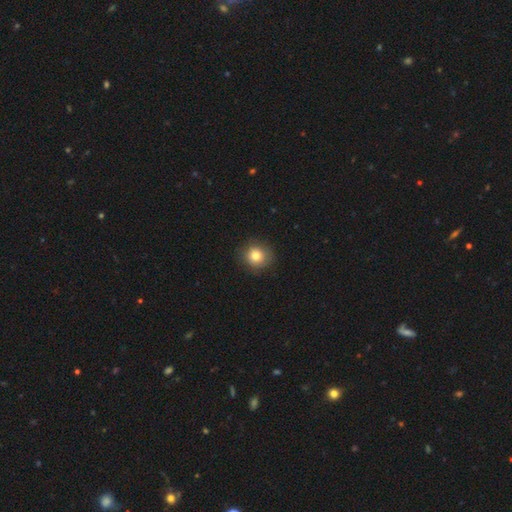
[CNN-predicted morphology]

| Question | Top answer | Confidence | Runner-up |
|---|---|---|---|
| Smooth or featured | smooth | 80% | star or artifact (10%) |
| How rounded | round | 90% | in between (9%) |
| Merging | none | 87% | minor disturbance (10%) |